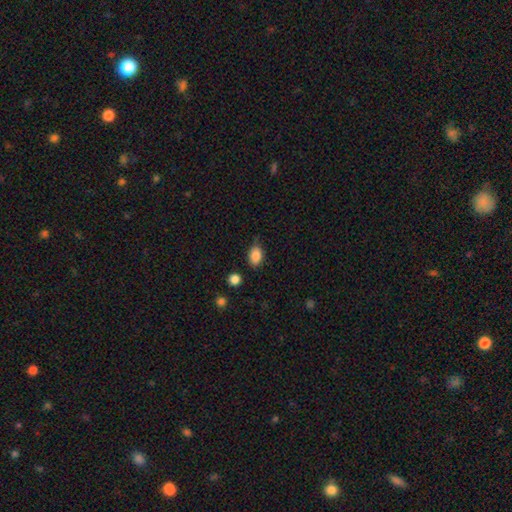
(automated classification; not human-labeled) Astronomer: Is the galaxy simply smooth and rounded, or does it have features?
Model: smooth — 86%.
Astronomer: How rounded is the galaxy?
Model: in between — 80%.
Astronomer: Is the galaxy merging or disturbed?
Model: none — 70%.